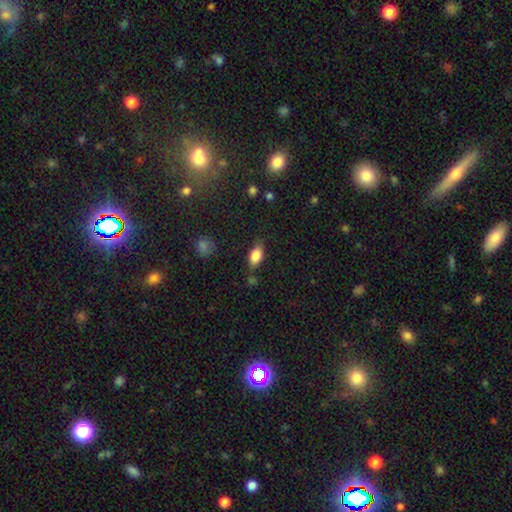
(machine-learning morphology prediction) smooth-or-featured: smooth: 80% | featured or disk: 12% | star or artifact: 8%
  how-rounded: in between: 87% | cigar-shaped: 7% | round: 6%
  merging: none: 73% | minor disturbance: 19% | major disturbance: 4% | merger: 3%